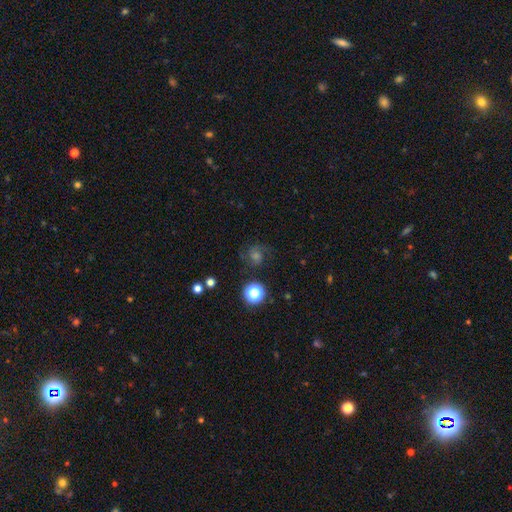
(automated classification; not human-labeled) smooth_or_featured: featured or disk (p=0.43) [alt: smooth p=0.29]
merging: none (p=0.73) [alt: minor disturbance p=0.15]